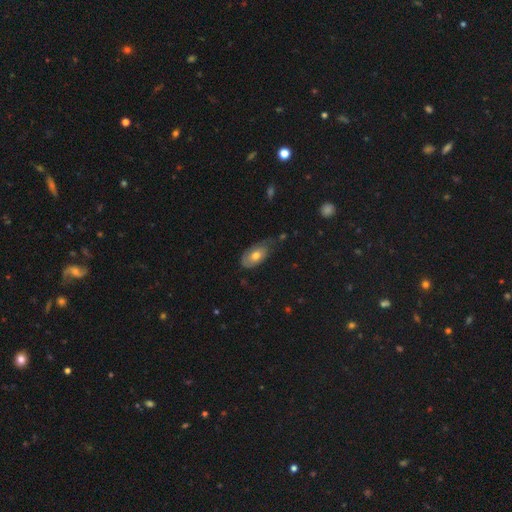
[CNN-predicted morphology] type=smooth (65%); roundness=in between (91%); merging=none (45%).